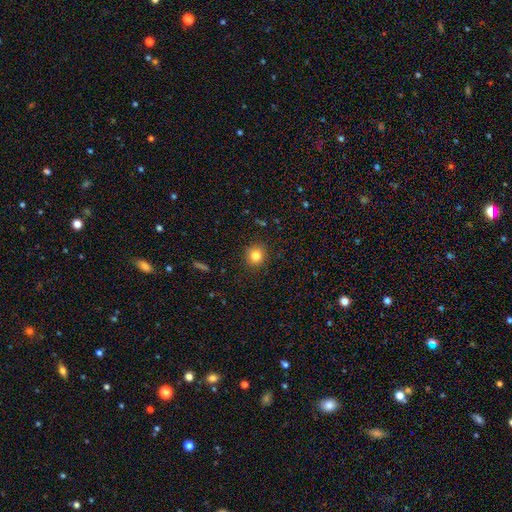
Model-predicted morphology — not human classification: Smooth or featured: smooth — 82% (star or artifact — 12%)
How rounded: round — 88% (in between — 11%)
Merging: none — 90% (minor disturbance — 7%)